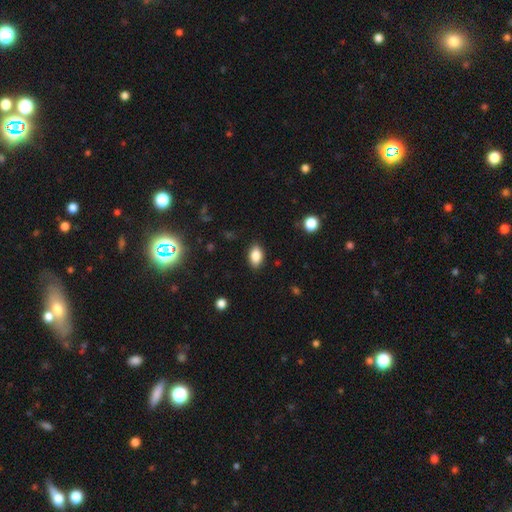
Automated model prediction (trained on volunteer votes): Smooth or featured?
  - smooth: 84% *
  - star or artifact: 9%
  - featured or disk: 7%
How rounded?
  - in between: 89% *
  - round: 9%
  - cigar-shaped: 2%
Merging?
  - none: 87% *
  - minor disturbance: 10%
  - major disturbance: 2%
  - merger: 1%